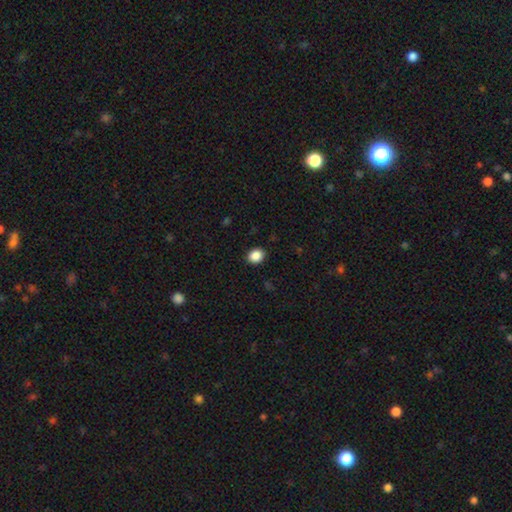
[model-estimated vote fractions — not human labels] Q: Smooth or featured?
A: smooth (88%); runner-up: star or artifact (9%)
Q: How rounded?
A: round (54%); runner-up: in between (45%)
Q: Merging?
A: none (90%); runner-up: minor disturbance (7%)